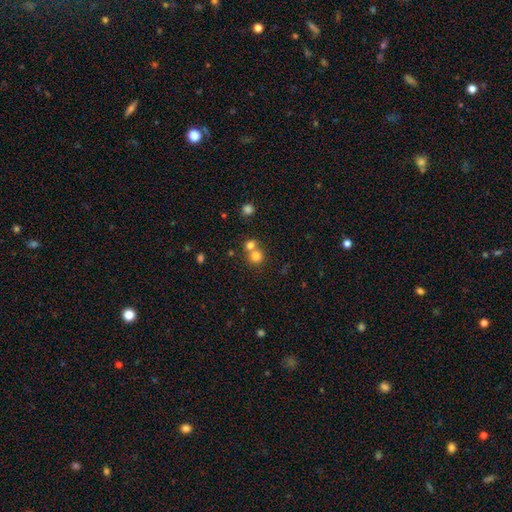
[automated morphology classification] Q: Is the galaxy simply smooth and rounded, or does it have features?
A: smooth — 78%.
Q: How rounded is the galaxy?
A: round — 88%.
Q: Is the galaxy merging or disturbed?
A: none — 47%.